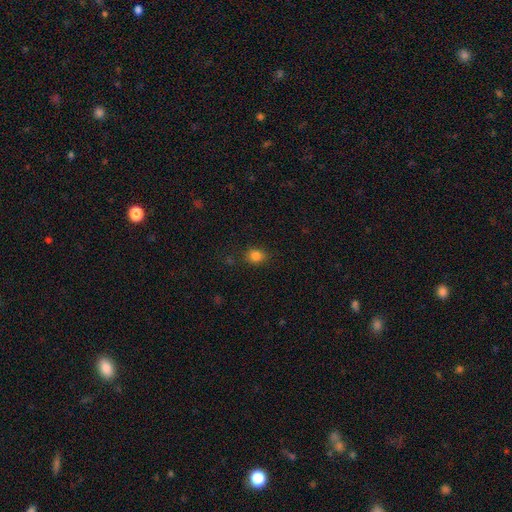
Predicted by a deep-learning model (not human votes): The model was most divided on "how rounded": round: 62%, in between: 37%, cigar-shaped: 1%. More confident: merging — none (83%); smooth or featured — smooth (83%).